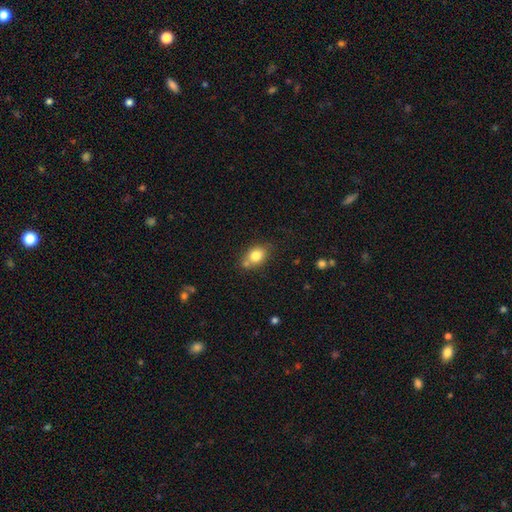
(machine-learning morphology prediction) Smooth or featured? smooth (80%)
How rounded? in between (64%)
Merging? none (63%)